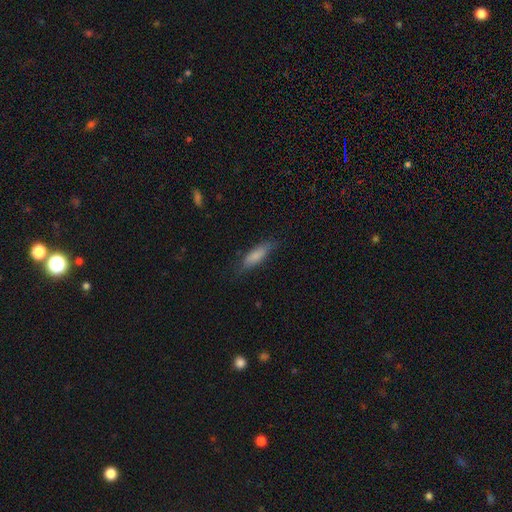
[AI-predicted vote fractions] Smooth or featured?
  - smooth: 81% *
  - featured or disk: 12%
  - star or artifact: 7%
How rounded?
  - cigar-shaped: 50% *
  - in between: 48%
  - round: 2%
Merging?
  - none: 74% *
  - minor disturbance: 20%
  - major disturbance: 5%
  - merger: 1%